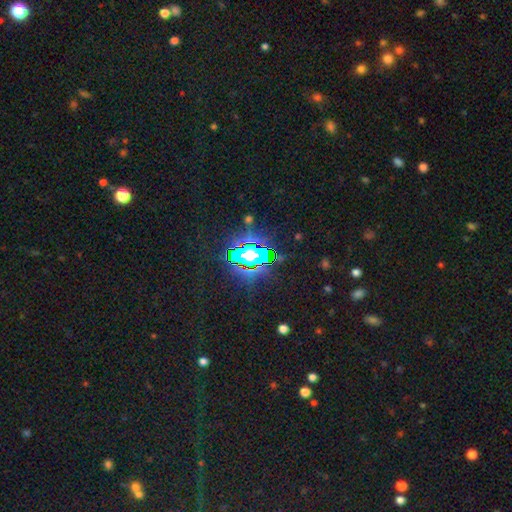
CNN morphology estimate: Smooth or featured?
  - star or artifact: 77% *
  - smooth: 13%
  - featured or disk: 10%